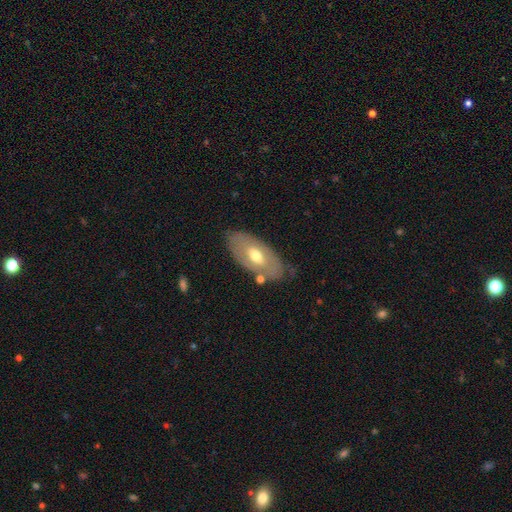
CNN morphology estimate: The model was most divided on "smooth or featured" (2-way tie): smooth: 47%, featured or disk: 47%, star or artifact: 6%. More confident: merging — none (74%).